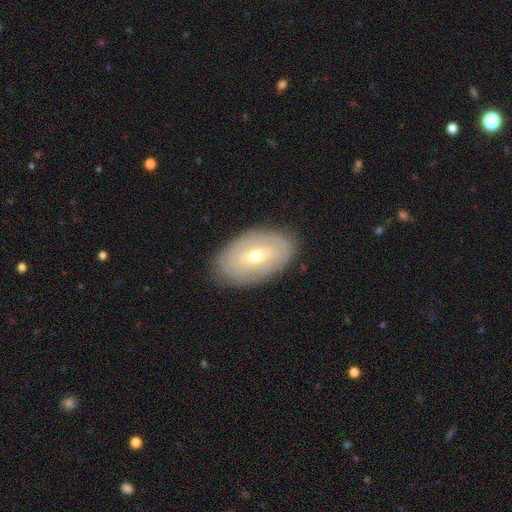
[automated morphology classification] Smooth or featured?
  - featured or disk: 57% *
  - smooth: 36%
  - star or artifact: 7%
Edge-on disk?
  - no: 90% *
  - yes: 10%
Bar?
  - weak: 45% *
  - no: 34%
  - strong: 22%
Spiral arms?
  - no: 56% *
  - yes: 44%
Bulge size?
  - moderate: 55% *
  - small: 41%
  - large: 2%
  - dominant: 1%
  - none: 1%
Merging?
  - none: 84% *
  - minor disturbance: 12%
  - major disturbance: 3%
  - merger: 1%